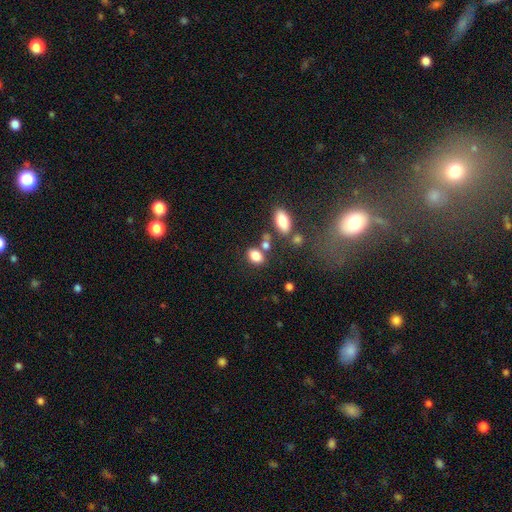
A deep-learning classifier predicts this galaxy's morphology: A smooth galaxy with no disk features (83%) that is in between round and cigar-shaped (78%).

Vote fractions:
- Smooth or featured? smooth: 83% / star or artifact: 10% / featured or disk: 7%
- How rounded? in between: 78% / round: 20% / cigar-shaped: 2%
- Merging? none: 63% / merger: 18% / minor disturbance: 14% / major disturbance: 5%